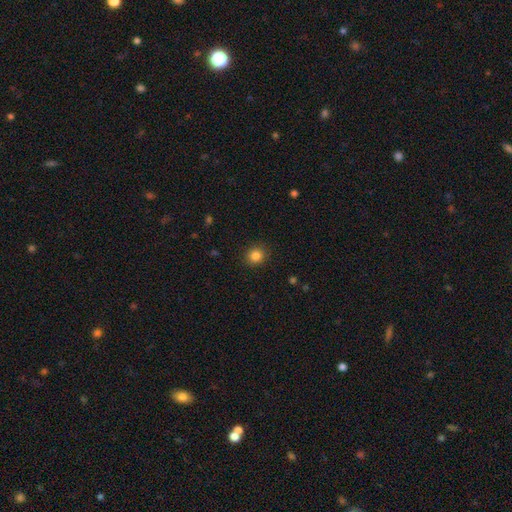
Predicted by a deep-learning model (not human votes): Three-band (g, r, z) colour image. It shows a smooth galaxy with no disk features (84%) that is round (85%). Merging: none (90%).